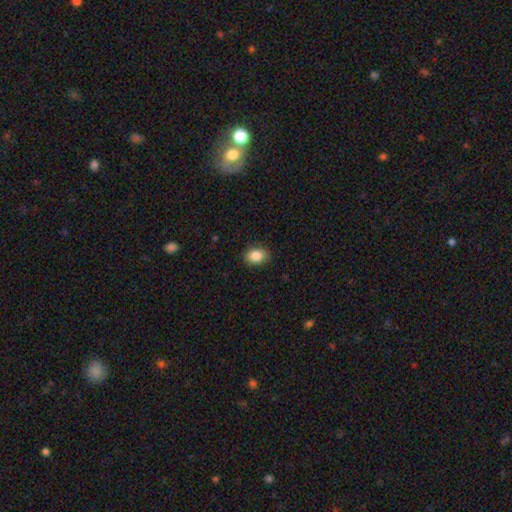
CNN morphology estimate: Q: Smooth or featured?
A: smooth (87%); runner-up: star or artifact (8%)
Q: How rounded?
A: in between (71%); runner-up: round (28%)
Q: Merging?
A: none (86%); runner-up: minor disturbance (10%)